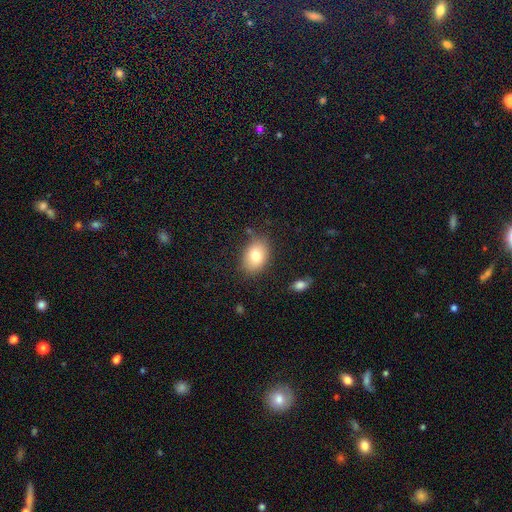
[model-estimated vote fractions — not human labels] This appears to be a smooth galaxy with no disk features (78%) that is in between round and cigar-shaped (79%). Merging: none (79%).